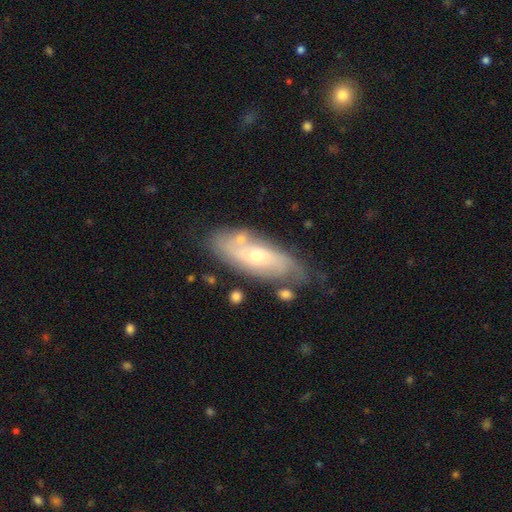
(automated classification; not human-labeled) This appears to be a featured or disk galaxy (69%) with no bar (72%), spiral arms (79%) and a small central bulge (51%). Merging: none (67%).